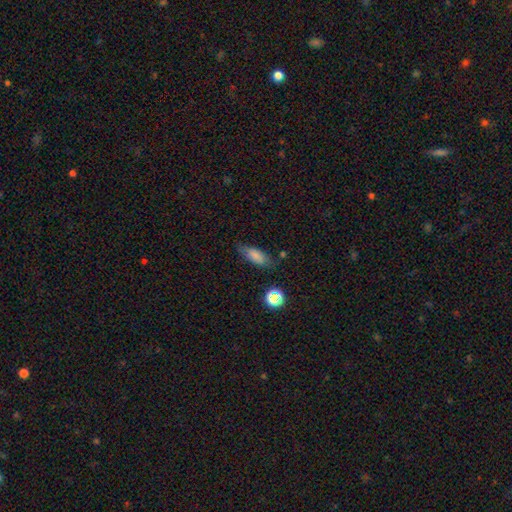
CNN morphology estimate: Smooth or featured? Predicted: smooth (p=0.79). How rounded? Predicted: in between (p=0.73). Merging? Predicted: none (p=0.69).